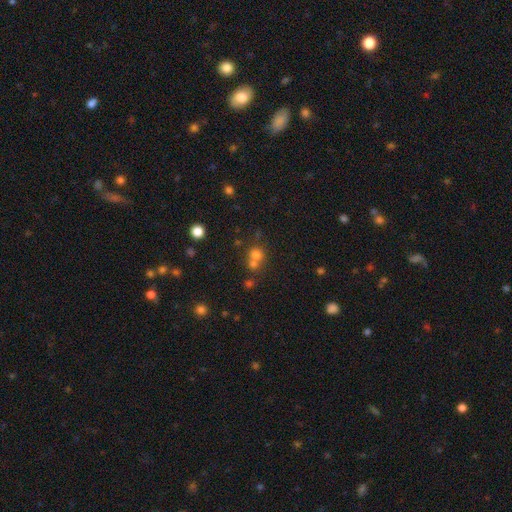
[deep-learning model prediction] Smooth or featured? Predicted: smooth (p=0.68). How rounded? Predicted: round (p=0.85). Merging? Predicted: merger (p=0.46).